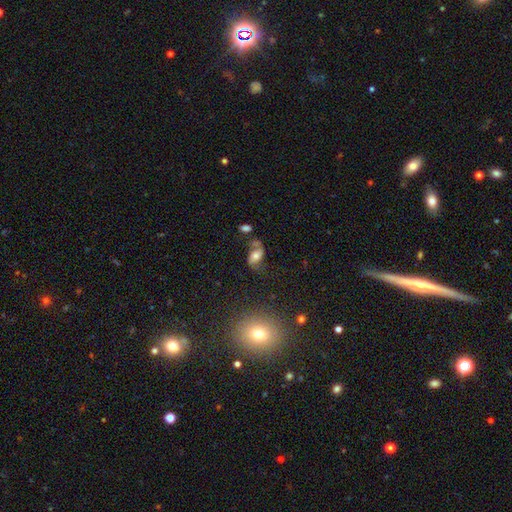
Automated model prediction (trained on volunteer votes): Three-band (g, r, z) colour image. It shows a featured or disk galaxy (52%). Merging: none (48%).